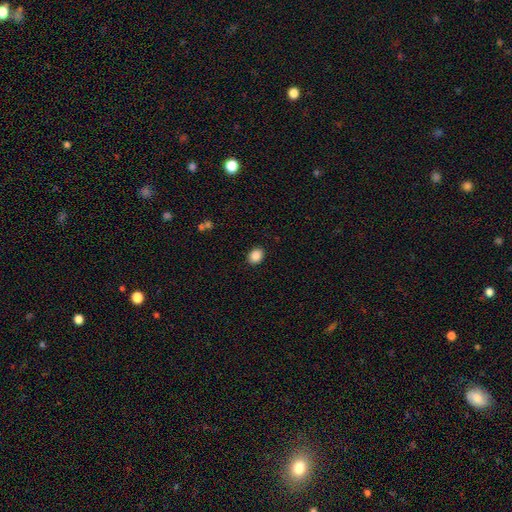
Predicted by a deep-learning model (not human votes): A smooth galaxy with no disk features (87%) that is in between round and cigar-shaped (53%). Merging: none (90%).